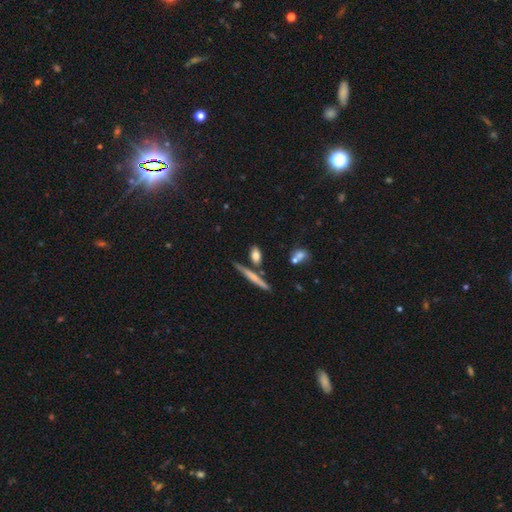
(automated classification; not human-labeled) Overall: smooth (73%). How rounded: in between (51%; cigar-shaped 39%). Merging: none (68%).